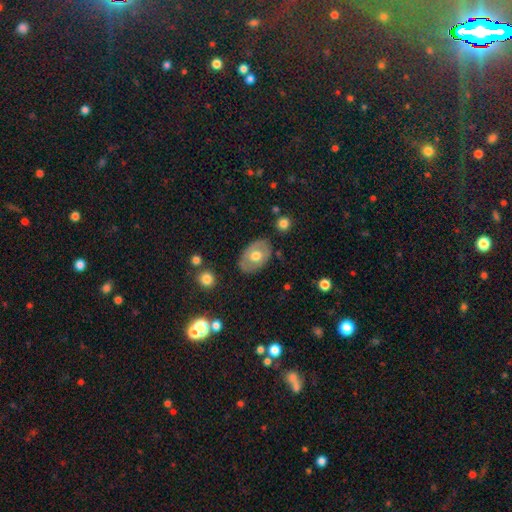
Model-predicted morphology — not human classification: smooth_or_featured: smooth (p=0.53) [alt: featured or disk p=0.41]
how_rounded: in between (p=0.84) [alt: round p=0.15]
merging: none (p=0.80) [alt: minor disturbance p=0.15]